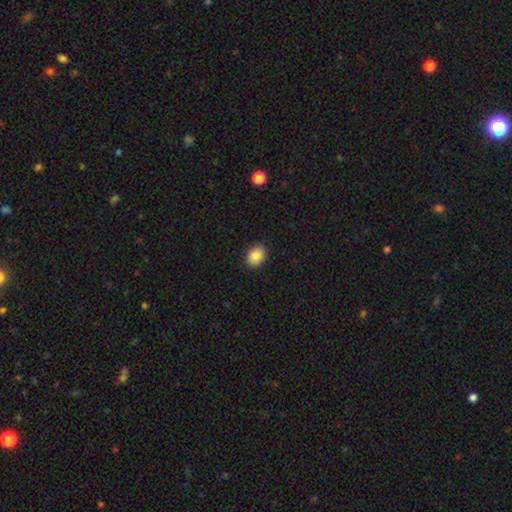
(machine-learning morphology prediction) smooth_or_featured: smooth (p=0.87) [alt: star or artifact p=0.08]
how_rounded: in between (p=0.64) [alt: round p=0.35]
merging: none (p=0.90) [alt: minor disturbance p=0.07]